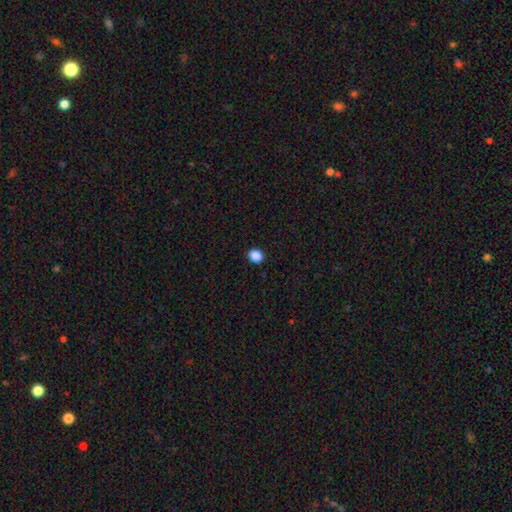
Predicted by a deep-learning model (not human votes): A smooth galaxy with no disk features (88%) that is round (62%).

Vote fractions:
- Smooth or featured? smooth: 88% / star or artifact: 10% / featured or disk: 2%
- How rounded? round: 62% / in between: 37% / cigar-shaped: 1%
- Merging? none: 91% / minor disturbance: 6% / major disturbance: 2% / merger: 1%